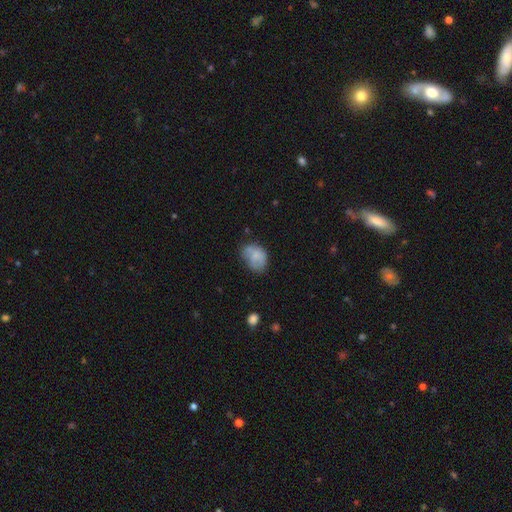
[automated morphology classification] Smooth or featured? smooth (67%)
How rounded? in between (68%)
Merging? none (45%)